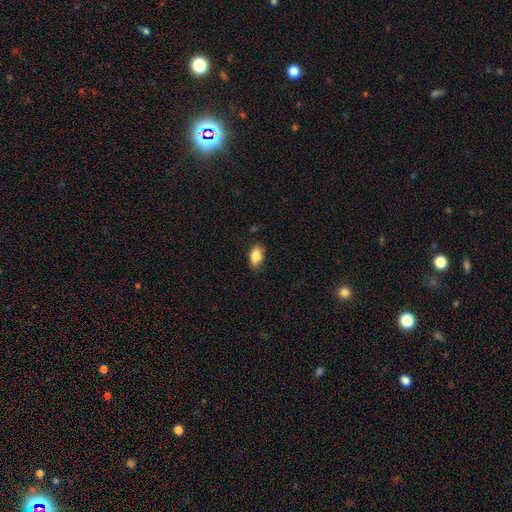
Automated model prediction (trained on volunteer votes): Smooth or featured?
  - smooth: 83% *
  - featured or disk: 9%
  - star or artifact: 8%
How rounded?
  - in between: 88% *
  - round: 7%
  - cigar-shaped: 4%
Merging?
  - none: 69% *
  - minor disturbance: 25%
  - major disturbance: 4%
  - merger: 2%